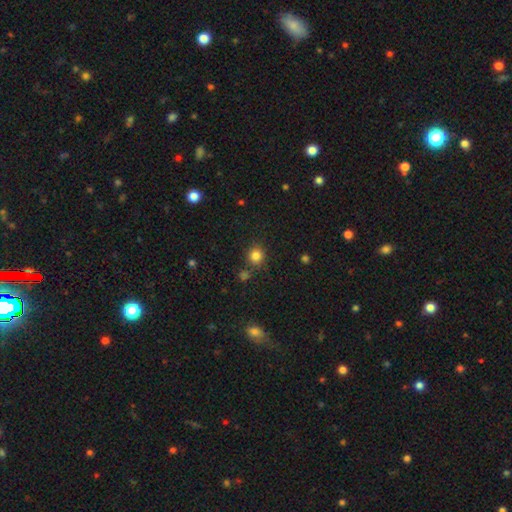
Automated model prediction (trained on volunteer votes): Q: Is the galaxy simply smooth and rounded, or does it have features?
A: smooth — 82%.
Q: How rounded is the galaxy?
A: round — 90%.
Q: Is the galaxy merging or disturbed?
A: none — 82%.